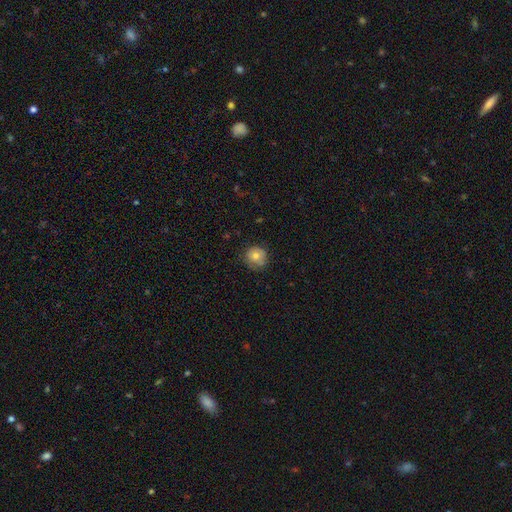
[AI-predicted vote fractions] A smooth galaxy with no disk features (72%) that is round (89%). Merging: none (73%).